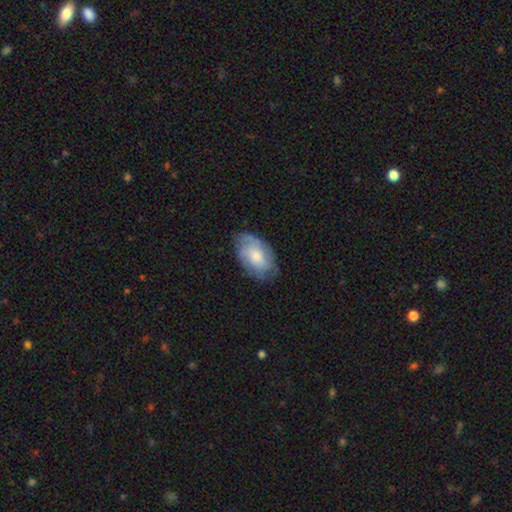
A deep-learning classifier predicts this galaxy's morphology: Smooth or featured? smooth (55%)
How rounded? in between (91%)
Merging? none (66%)